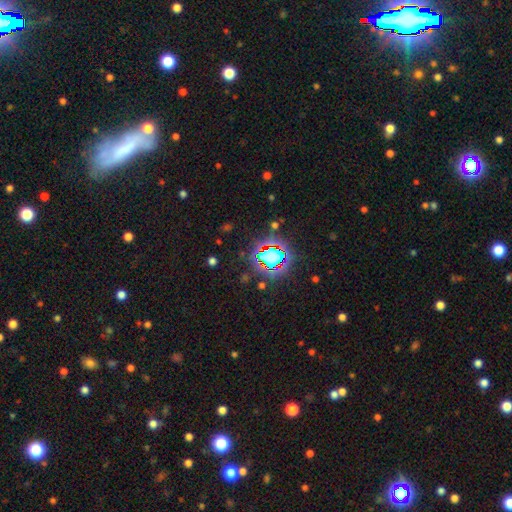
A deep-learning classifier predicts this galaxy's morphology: Smooth or featured? Predicted: star or artifact (p=0.78).